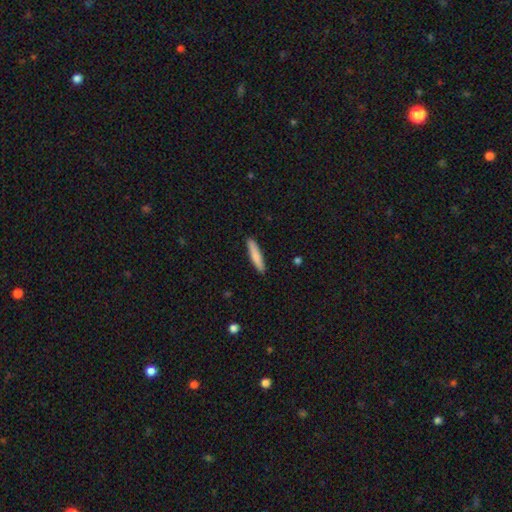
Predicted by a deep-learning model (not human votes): Smooth or featured: smooth — 81% (featured or disk — 14%)
How rounded: cigar-shaped — 87% (in between — 11%)
Merging: none — 89% (minor disturbance — 8%)